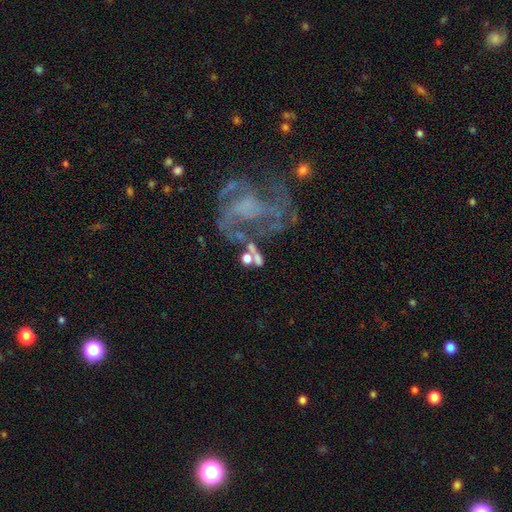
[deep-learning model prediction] A featured or disk galaxy (42%).

Vote fractions:
- Smooth or featured? featured or disk: 42% / smooth: 41% / star or artifact: 17%
- Merging? none: 38% / merger: 25% / major disturbance: 22% / minor disturbance: 15%